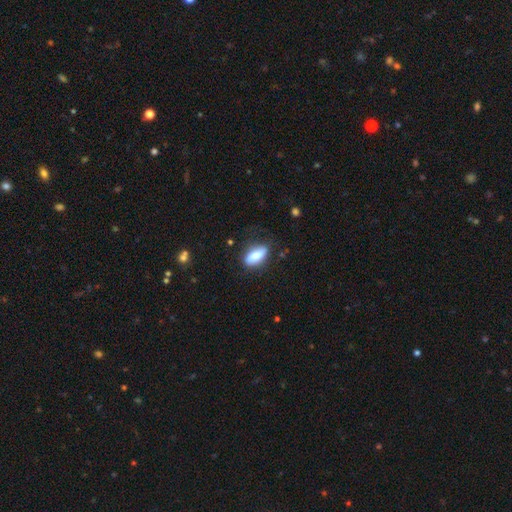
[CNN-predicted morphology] Smooth or featured? smooth (77%)
How rounded? in between (79%)
Merging? none (76%)